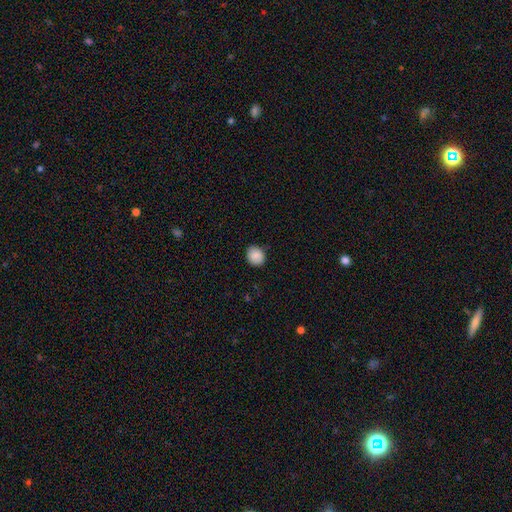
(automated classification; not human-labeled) A smooth galaxy with no disk features (88%) that is round (74%). Merging: none (86%).